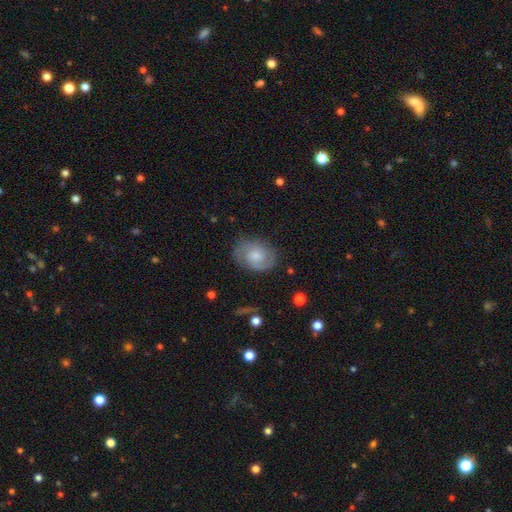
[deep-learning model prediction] Morphology: type=featured or disk (61%); edge-on=no (97%); bar=no (67%); spiral arms=yes (89%); winding=tight (44%); arm count=2 (76%); bulge=moderate (41%); merging=none (77%).